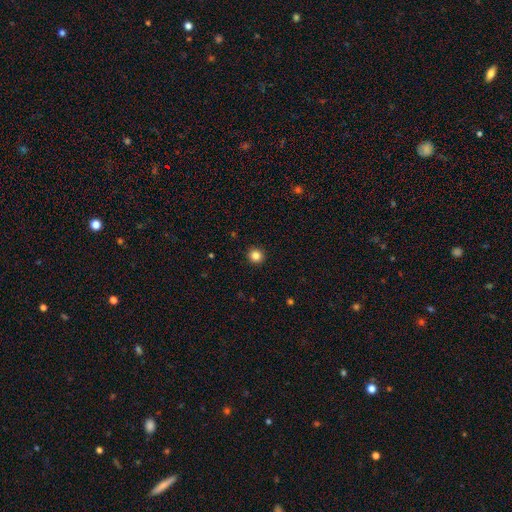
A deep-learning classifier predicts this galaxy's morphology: type=smooth (84%); roundness=round (94%); merging=none (93%).